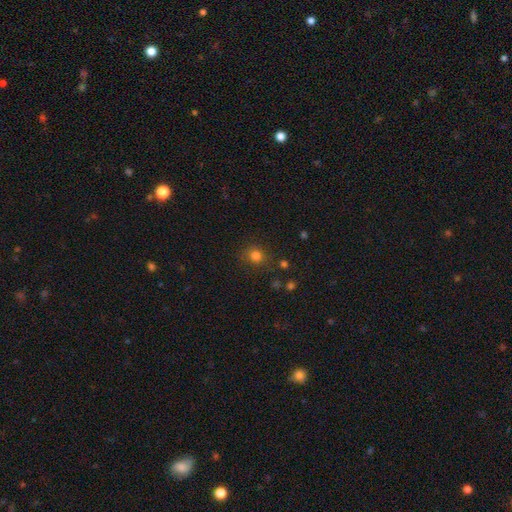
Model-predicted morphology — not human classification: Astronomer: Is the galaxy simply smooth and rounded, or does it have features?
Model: smooth — 79%.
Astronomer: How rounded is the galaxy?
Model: round — 83%.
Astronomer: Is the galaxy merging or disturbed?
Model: none — 84%.